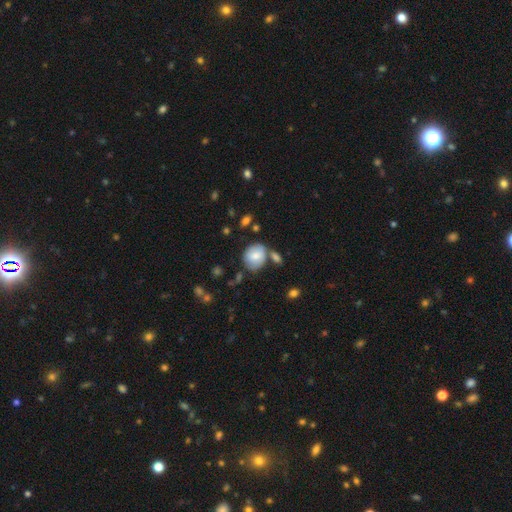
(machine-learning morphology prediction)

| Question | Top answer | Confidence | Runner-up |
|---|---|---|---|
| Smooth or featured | smooth | 74% | featured or disk (18%) |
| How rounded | round | 67% | in between (32%) |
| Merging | none | 62% | minor disturbance (18%) |